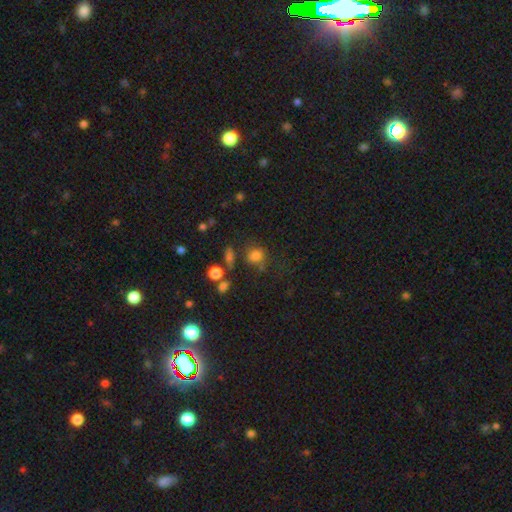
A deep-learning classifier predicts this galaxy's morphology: This appears to be a smooth galaxy with no disk features (75%) that is round (67%). Merging: none (62%).